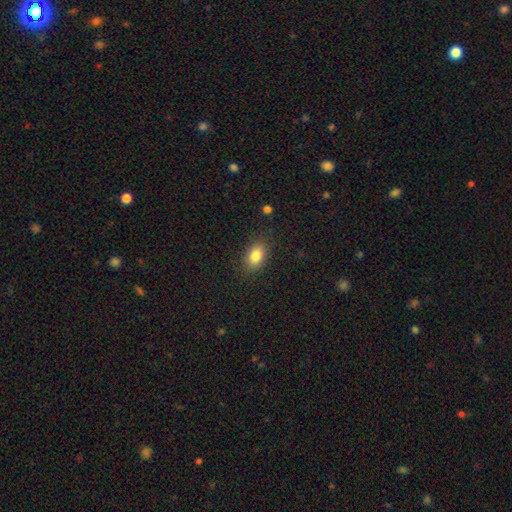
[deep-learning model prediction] Smooth or featured: smooth — 84% (star or artifact — 9%)
How rounded: in between — 83% (round — 15%)
Merging: none — 85% (minor disturbance — 10%)